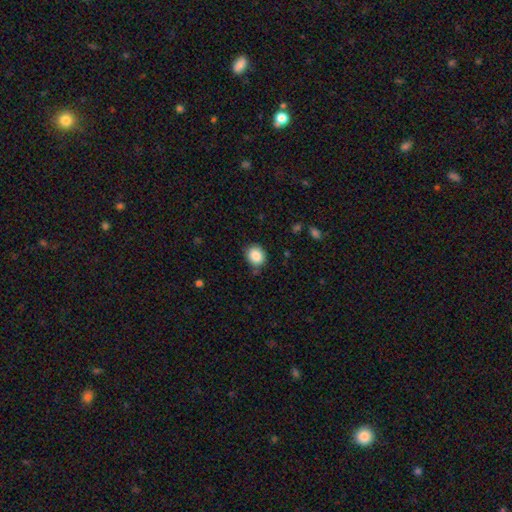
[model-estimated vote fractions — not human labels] Smooth or featured? Predicted: smooth (p=0.87). How rounded? Predicted: round (p=0.70). Merging? Predicted: none (p=0.79).